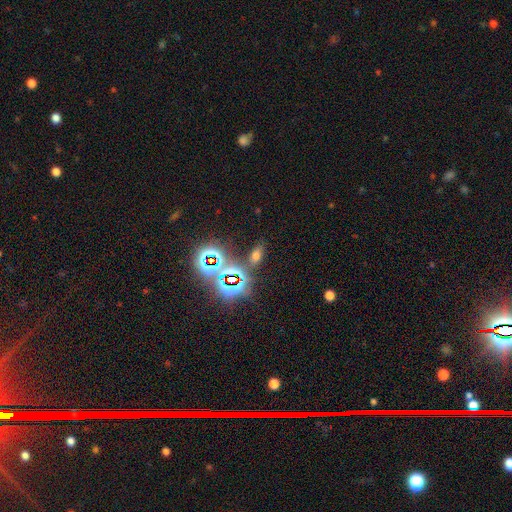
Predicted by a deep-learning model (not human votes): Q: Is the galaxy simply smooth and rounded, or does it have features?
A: smooth — 51%.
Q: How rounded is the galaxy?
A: in between — 81%.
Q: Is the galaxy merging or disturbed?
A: none — 78%.